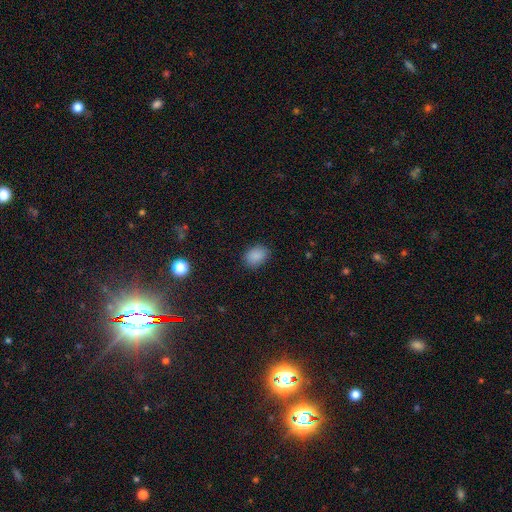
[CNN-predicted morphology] smooth 87%, star or artifact 10%, featured or disk 4%. Down the decision tree: how rounded — in between (66%); merging — none (83%).